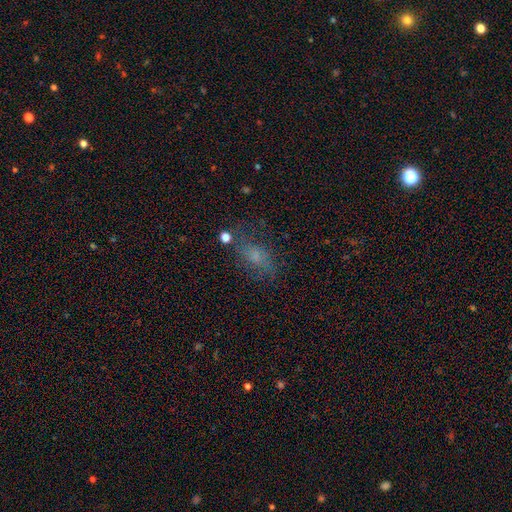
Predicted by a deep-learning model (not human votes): smooth_or_featured: smooth (p=0.50) [alt: featured or disk p=0.28]
merging: none (p=0.59) [alt: minor disturbance p=0.21]